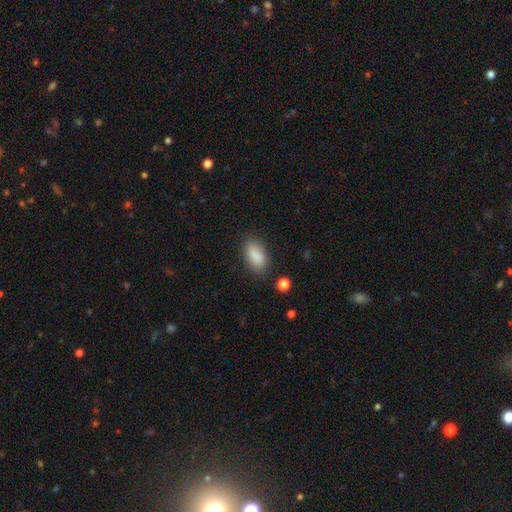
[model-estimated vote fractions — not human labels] smooth-or-featured: smooth: 88% | star or artifact: 7% | featured or disk: 5%
  how-rounded: in between: 91% | round: 4% | cigar-shaped: 4%
  merging: none: 82% | minor disturbance: 13% | major disturbance: 4% | merger: 2%